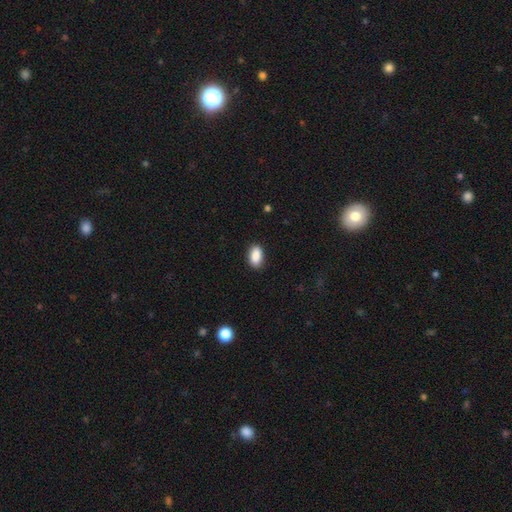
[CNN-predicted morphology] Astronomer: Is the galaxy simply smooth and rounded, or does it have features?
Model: smooth — 89%.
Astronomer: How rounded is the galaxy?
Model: in between — 92%.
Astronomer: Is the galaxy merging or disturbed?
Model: none — 88%.